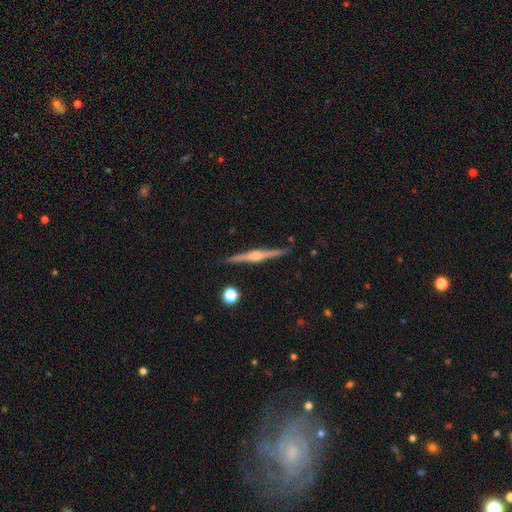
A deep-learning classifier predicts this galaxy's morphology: Q: Smooth or featured?
A: featured or disk (84%); runner-up: smooth (11%)
Q: Edge-on disk?
A: yes (99%); runner-up: no (1%)
Q: Edge-on bulge?
A: rounded (87%); runner-up: boxy (9%)
Q: Merging?
A: none (90%); runner-up: minor disturbance (7%)